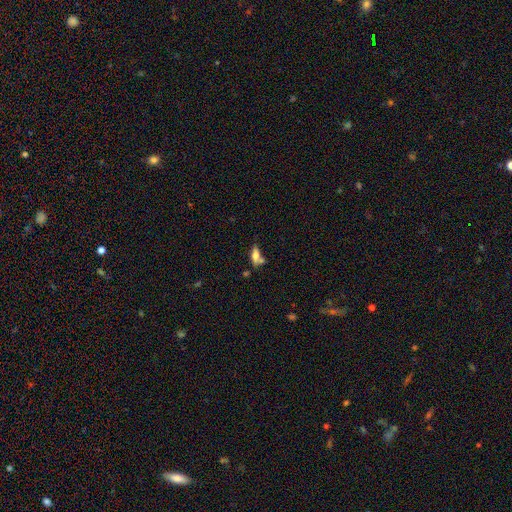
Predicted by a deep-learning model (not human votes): Smooth or featured: smooth — 67% (featured or disk — 24%)
How rounded: in between — 77% (cigar-shaped — 19%)
Merging: none — 39% (merger — 32%)